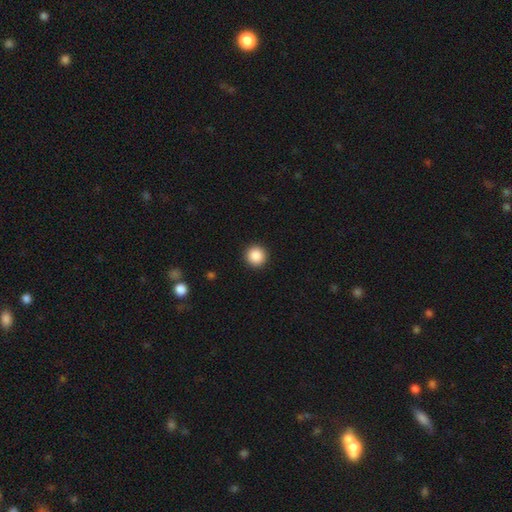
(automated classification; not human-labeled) Q: Smooth or featured?
A: smooth (88%); runner-up: star or artifact (9%)
Q: How rounded?
A: round (95%); runner-up: in between (4%)
Q: Merging?
A: none (93%); runner-up: minor disturbance (5%)